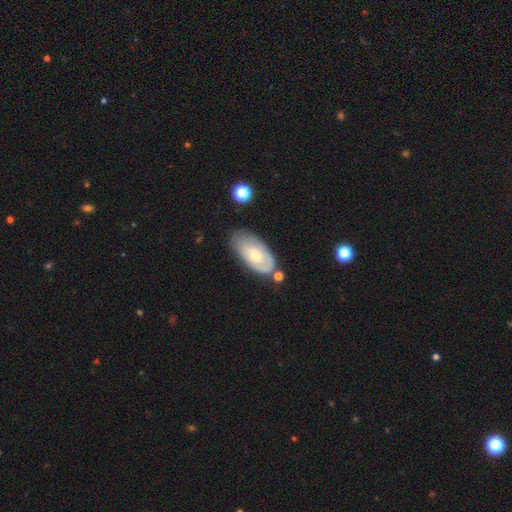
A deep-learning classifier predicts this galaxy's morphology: Smooth or featured: smooth — 50% (featured or disk — 44%)
Merging: none — 58% (minor disturbance — 26%)